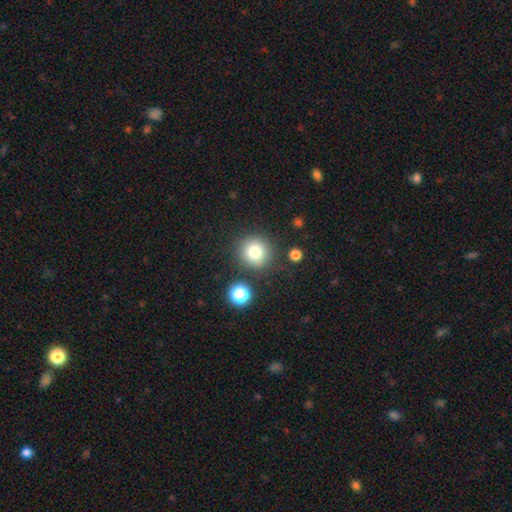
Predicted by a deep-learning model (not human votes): Smooth or featured: smooth — 80% (star or artifact — 13%)
How rounded: round — 93% (in between — 6%)
Merging: none — 86% (minor disturbance — 7%)